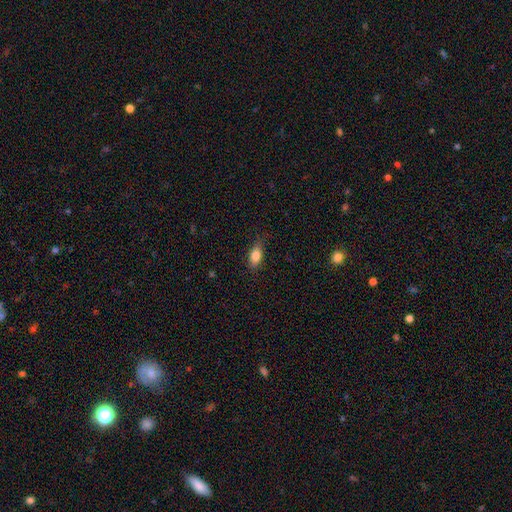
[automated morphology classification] smooth 81%, featured or disk 11%, star or artifact 8%. Down the decision tree: how rounded — in between (83%); merging — none (78%).